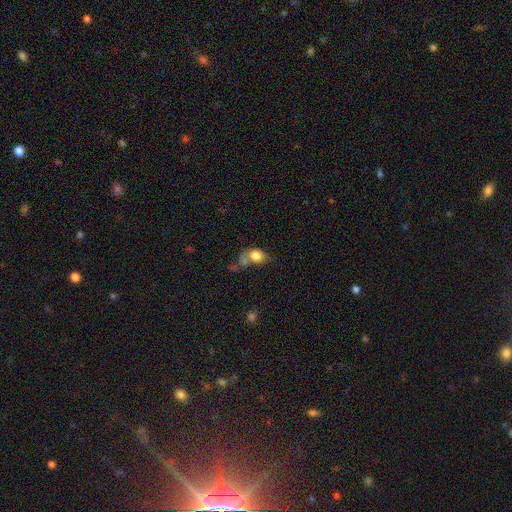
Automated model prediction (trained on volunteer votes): A smooth galaxy with no disk features (77%) that is in between round and cigar-shaped (60%). Merging: merger (34%).